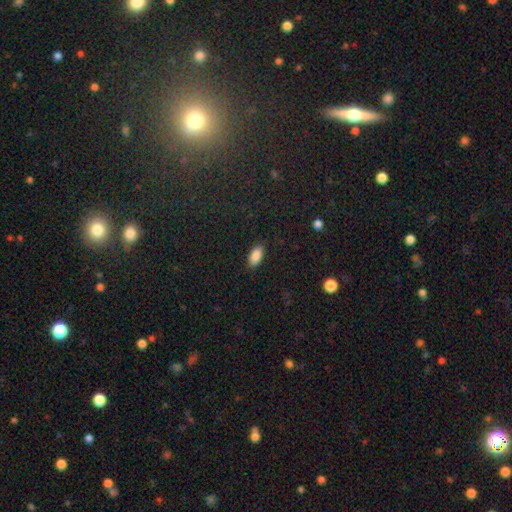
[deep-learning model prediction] Smooth or featured?
  - smooth: 88% *
  - star or artifact: 7%
  - featured or disk: 4%
How rounded?
  - in between: 91% *
  - cigar-shaped: 6%
  - round: 3%
Merging?
  - none: 88% *
  - minor disturbance: 9%
  - major disturbance: 2%
  - merger: 1%